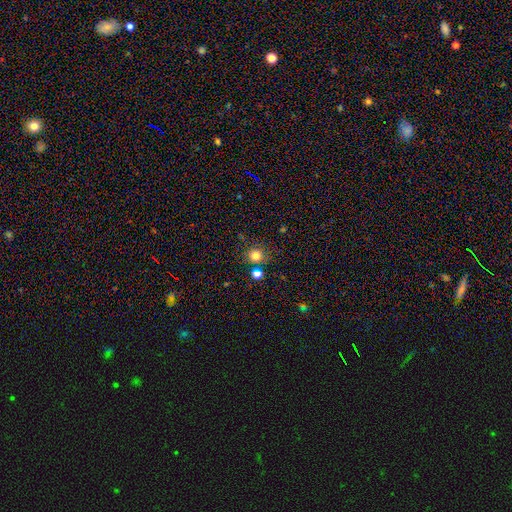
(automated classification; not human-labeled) This is likely a smooth galaxy (80%). How rounded: clearly round (91%). Merging: clearly none (81%).